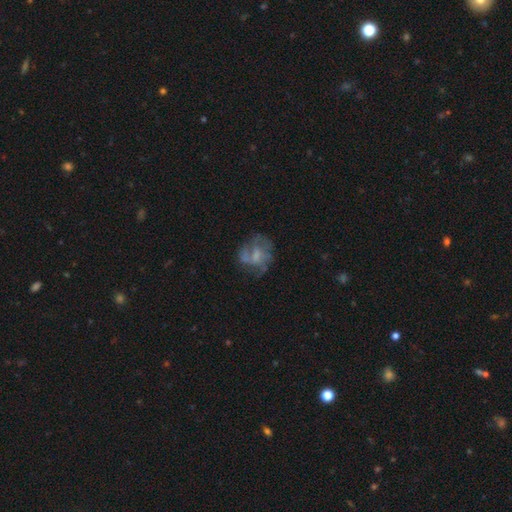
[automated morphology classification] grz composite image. It shows a featured or disk galaxy (58%) with no bar (56%), spiral arms (50%, tied with no) and no central bulge (36%). Merging: none (47%).